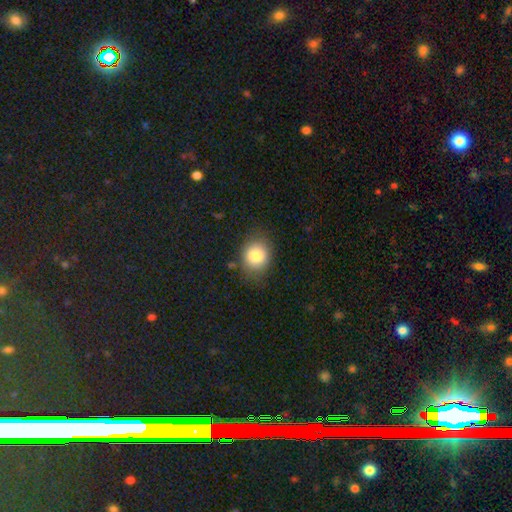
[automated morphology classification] Overall: smooth (83%). How rounded: round (63%; in between 36%). Merging: none (80%).